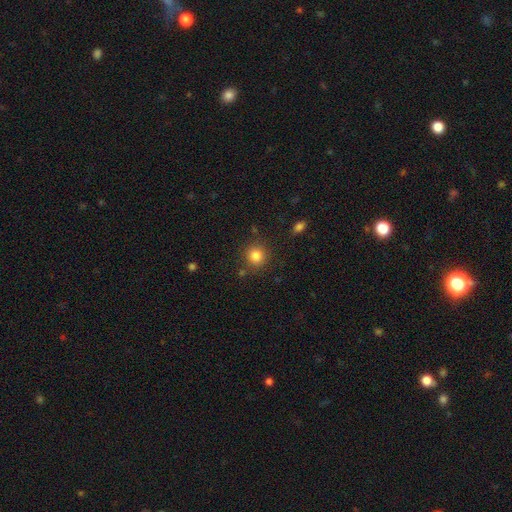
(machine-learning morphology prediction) Overall: smooth (83%). How rounded: round (92%). Merging: none (85%).